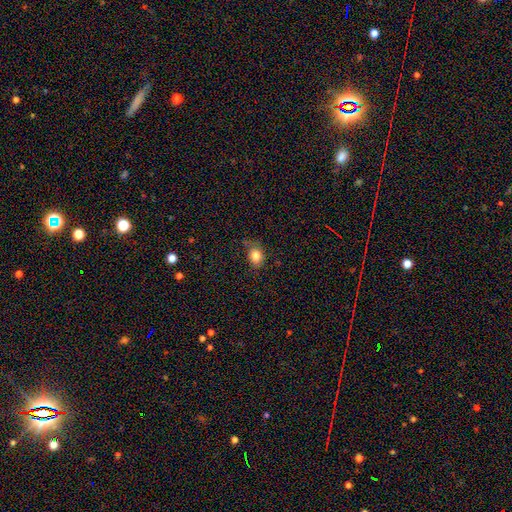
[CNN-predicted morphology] smooth 83%, star or artifact 10%, featured or disk 8%. Down the decision tree: how rounded — in between (65%); merging — none (73%).